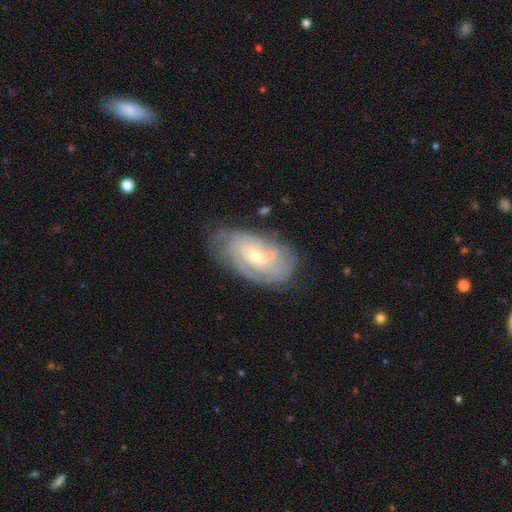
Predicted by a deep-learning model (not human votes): smooth-or-featured: featured or disk: 77% | smooth: 17% | star or artifact: 7%
  disk-edge-on: no: 94% | yes: 6%
    bar: no: 66% | weak: 28% | strong: 6%
    has-spiral-arms: yes: 86% | no: 14%
      spiral-winding: tight: 73% | medium: 21% | loose: 6%
      spiral-arm-count: can't tell: 52% | 2: 17% | 3: 13% | 4: 9% | 1: 5% | more than 4: 5%
    bulge-size: small: 62% | moderate: 34% | large: 2% | none: 1% | dominant: 1%
  merging: none: 58% | minor disturbance: 21% | merger: 13% | major disturbance: 8%